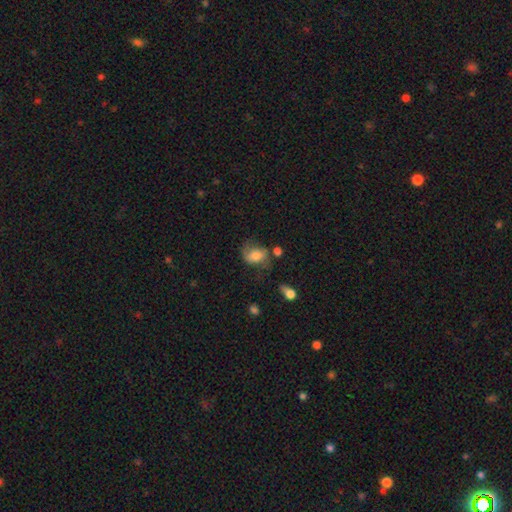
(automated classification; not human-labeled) Smooth or featured: smooth — 62% (featured or disk — 29%)
How rounded: in between — 71% (round — 27%)
Merging: none — 44% (minor disturbance — 27%)